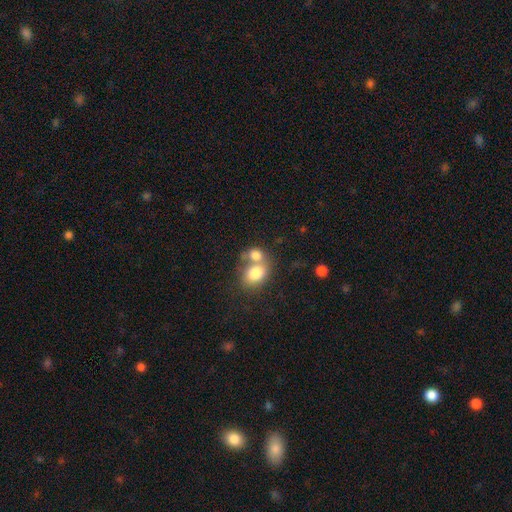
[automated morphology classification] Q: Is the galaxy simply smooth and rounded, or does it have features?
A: smooth — 78%.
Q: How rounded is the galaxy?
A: in between — 58%.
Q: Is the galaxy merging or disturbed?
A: merger — 59%.